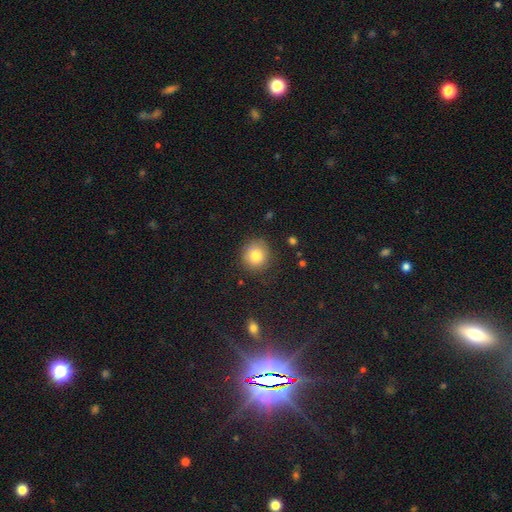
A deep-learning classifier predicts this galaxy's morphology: This appears to be a smooth galaxy with no disk features (81%) that is round (90%). Merging: none (85%).